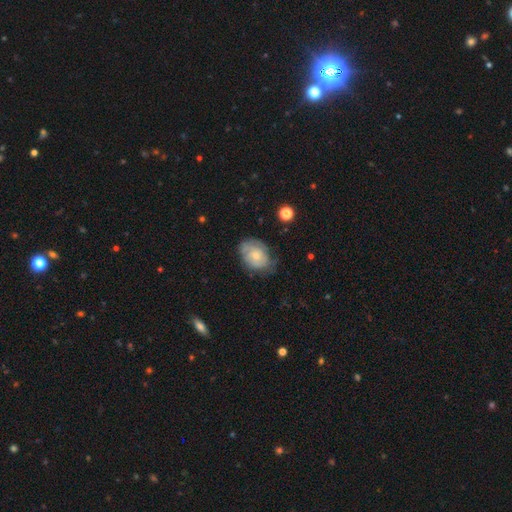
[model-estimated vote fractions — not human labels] A featured or disk galaxy (55%) with no bar (79%), spiral arms (75%) and a small central bulge (57%).

Vote fractions:
- Smooth or featured? featured or disk: 55% / smooth: 38% / star or artifact: 7%
- Edge-on disk? no: 97% / yes: 3%
- Bar? no: 79% / weak: 18% / strong: 2%
- Spiral arms? yes: 75% / no: 25%
- Bulge size? small: 57% / moderate: 34% / none: 5% / large: 3% / dominant: 1%
- Merging? none: 58% / minor disturbance: 29% / major disturbance: 11% / merger: 2%